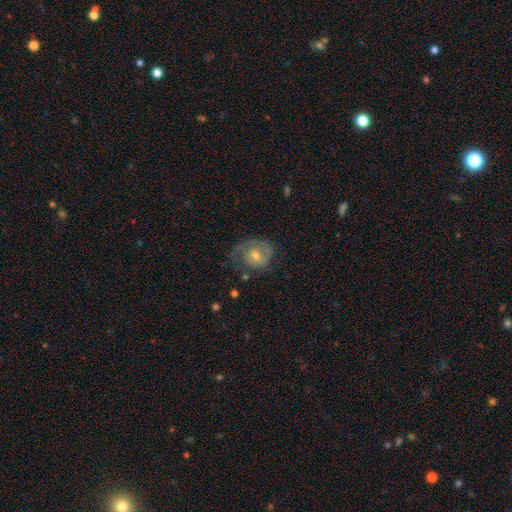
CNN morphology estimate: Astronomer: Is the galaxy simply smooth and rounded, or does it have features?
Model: featured or disk — 70%.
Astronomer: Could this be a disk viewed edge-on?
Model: no — 97%.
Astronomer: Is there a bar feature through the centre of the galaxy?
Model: no — 63%.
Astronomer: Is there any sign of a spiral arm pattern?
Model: yes — 85%.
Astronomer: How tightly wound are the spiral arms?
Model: tight — 52% (runner-up: medium, 35%).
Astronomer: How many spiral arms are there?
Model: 2 — 43% (runner-up: 1, 30%).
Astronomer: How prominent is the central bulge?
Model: moderate — 61%.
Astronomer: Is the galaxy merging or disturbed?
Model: none — 56%.